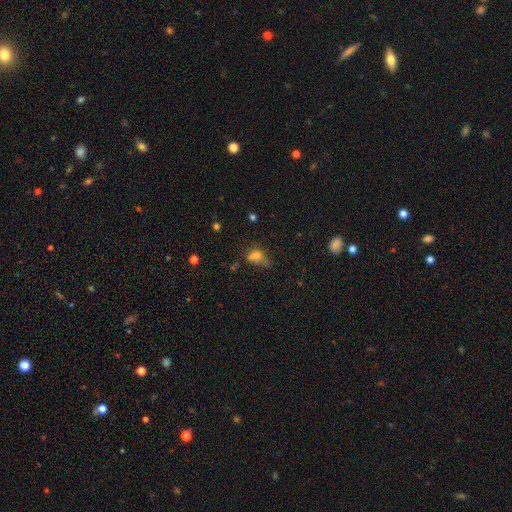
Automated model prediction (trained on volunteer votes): smooth 60%, star or artifact 22%, featured or disk 19%. Down the decision tree: how rounded — in between (72%); merging — none (30%).